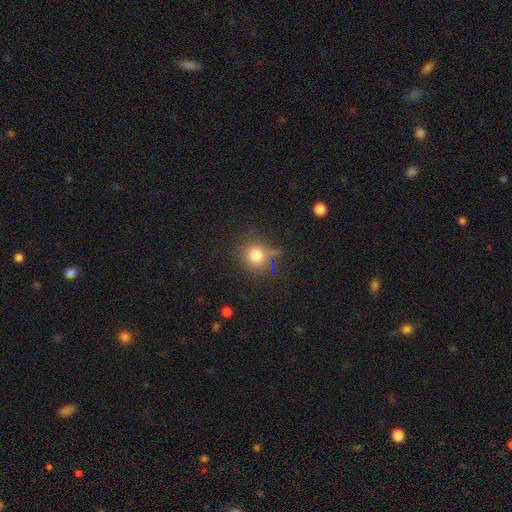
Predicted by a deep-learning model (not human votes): A smooth galaxy with no disk features (77%) that is round (85%).

Vote fractions:
- Smooth or featured? smooth: 77% / star or artifact: 14% / featured or disk: 8%
- How rounded? round: 85% / in between: 13% / cigar-shaped: 1%
- Merging? none: 71% / minor disturbance: 18% / major disturbance: 7% / merger: 4%